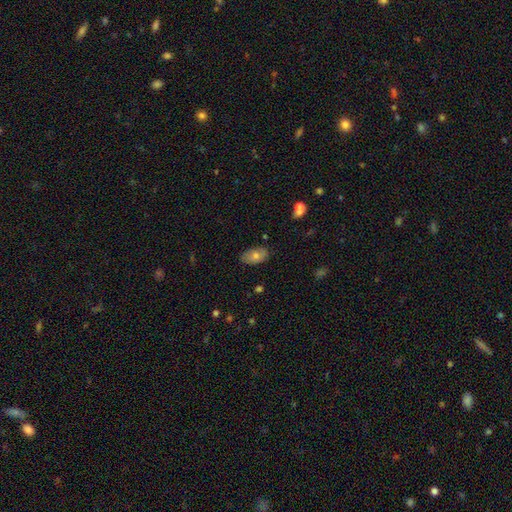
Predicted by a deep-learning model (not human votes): Q: Smooth or featured?
A: smooth (68%); runner-up: featured or disk (23%)
Q: How rounded?
A: in between (93%); runner-up: round (5%)
Q: Merging?
A: none (81%); runner-up: minor disturbance (15%)